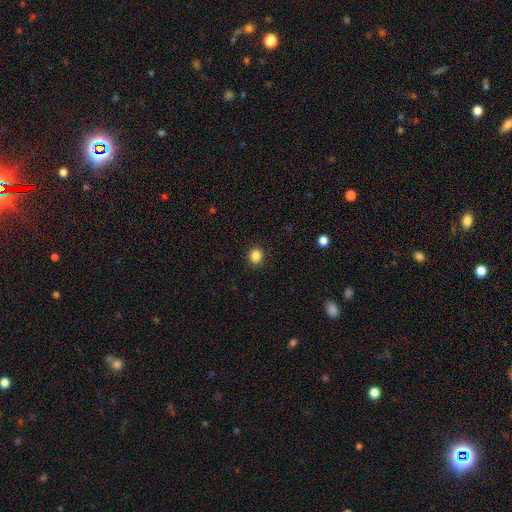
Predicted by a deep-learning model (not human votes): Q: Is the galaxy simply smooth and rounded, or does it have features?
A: smooth — 86%.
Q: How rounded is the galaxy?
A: round — 77%.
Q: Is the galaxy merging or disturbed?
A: none — 91%.